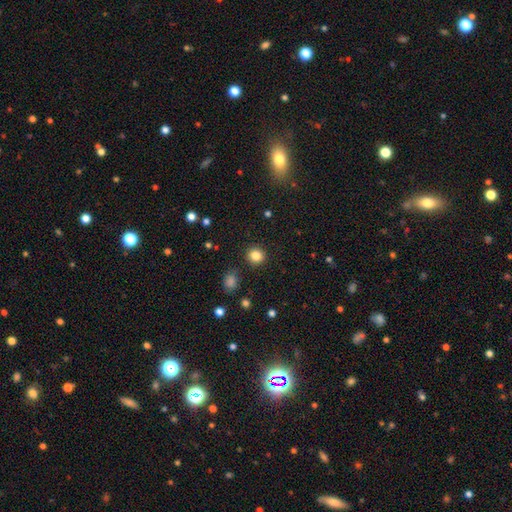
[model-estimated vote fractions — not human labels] Smooth or featured: smooth — 84% (star or artifact — 12%)
How rounded: round — 91% (in between — 8%)
Merging: none — 91% (minor disturbance — 6%)